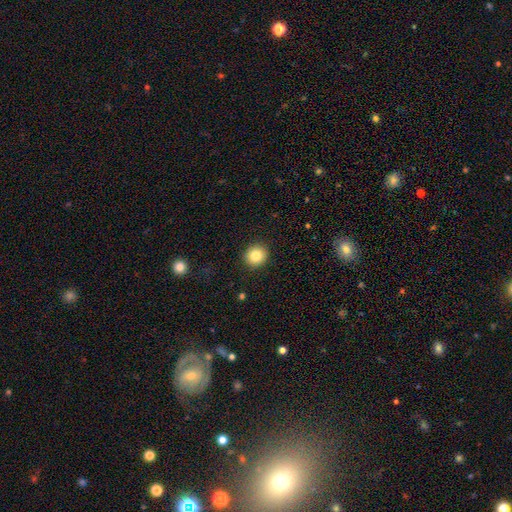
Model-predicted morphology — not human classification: The model was most divided on "how rounded": round: 86%, in between: 13%, cigar-shaped: 1%. More confident: merging — none (91%); smooth or featured — smooth (84%).